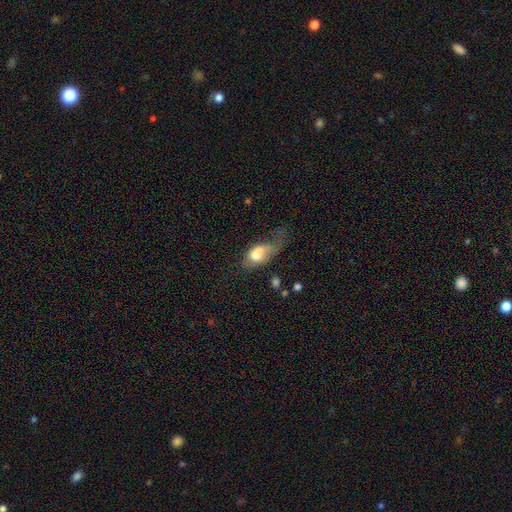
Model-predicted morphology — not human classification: The model was most divided on "merging": major disturbance: 50%, minor disturbance: 23%, none: 18%, merger: 10%. More confident: how rounded — in between (86%); smooth or featured — smooth (66%).